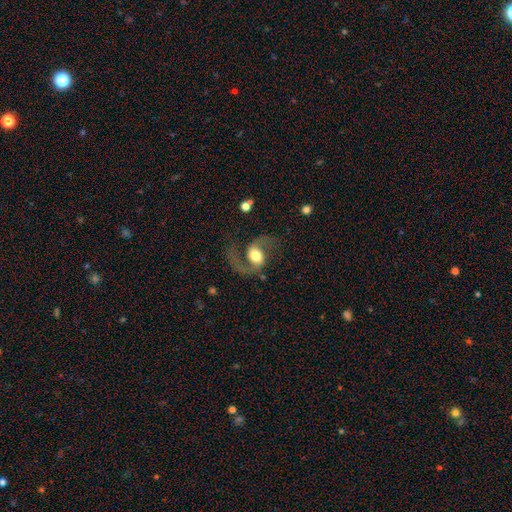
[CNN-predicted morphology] smooth_or_featured: featured or disk (p=0.83) [alt: smooth p=0.11]
disk_edge_on: no (p=0.97) [alt: yes p=0.03]
bar: no (p=0.48) [alt: weak p=0.37]
has_spiral_arms: yes (p=0.95) [alt: no p=0.05]
spiral_winding: loose (p=0.58) [alt: medium p=0.37]
spiral_arm_count: 2 (p=0.92) [alt: 1 p=0.04]
bulge_size: moderate (p=0.53) [alt: large p=0.31]
merging: none (p=0.68) [alt: major disturbance p=0.16]